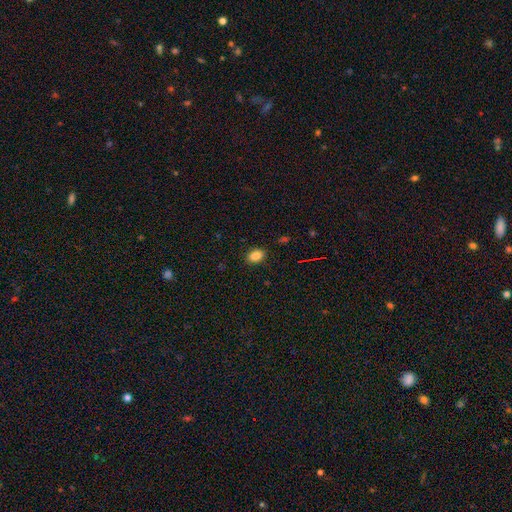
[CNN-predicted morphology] smooth-or-featured: smooth: 85% | star or artifact: 10% | featured or disk: 5%
  how-rounded: in between: 80% | round: 19% | cigar-shaped: 1%
  merging: none: 87% | minor disturbance: 10% | major disturbance: 2% | merger: 1%